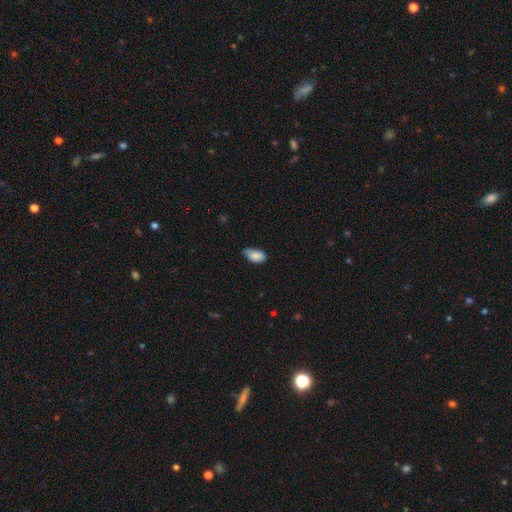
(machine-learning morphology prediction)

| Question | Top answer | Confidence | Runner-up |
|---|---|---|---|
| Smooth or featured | smooth | 86% | featured or disk (7%) |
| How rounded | in between | 93% | round (4%) |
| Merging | none | 51% | minor disturbance (40%) |